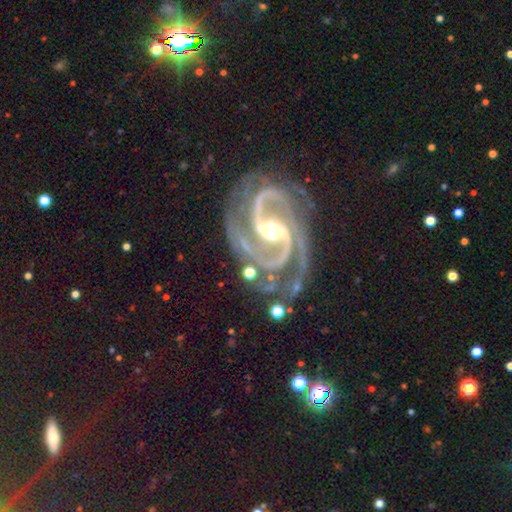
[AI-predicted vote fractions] This is clearly a featured or disk galaxy (90%). It is clearly not viewed edge-on (98%). Bar: marginally strong (39%). Spiral arm pattern: clearly yes (99%). Spiral arm count: possibly 2 (52%). Spiral winding: possibly medium (49%). Central bulge: possibly moderate (59%). Merging: likely none (68%).